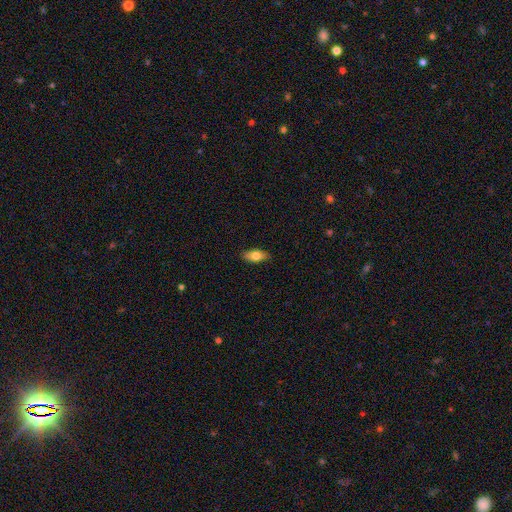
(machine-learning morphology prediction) type=smooth (74%); roundness=in between (83%); merging=none (86%).